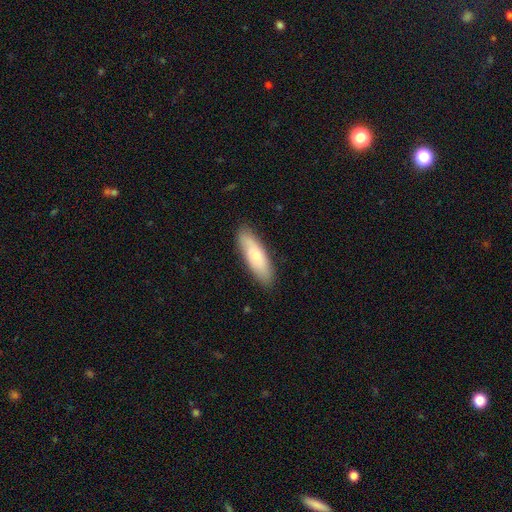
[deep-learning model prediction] Smooth or featured: smooth — 65% (featured or disk — 29%)
How rounded: in between — 50% (cigar-shaped — 48%)
Merging: none — 85% (minor disturbance — 12%)